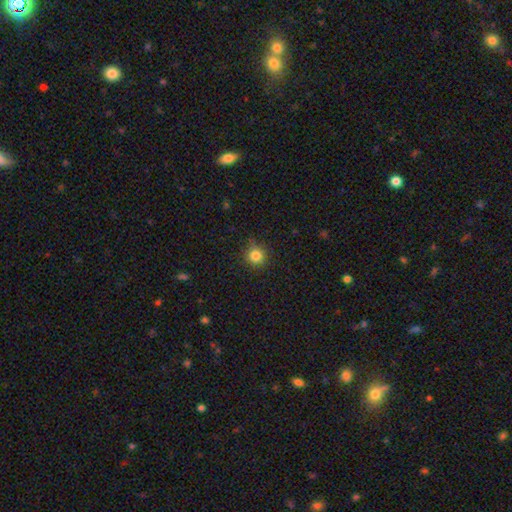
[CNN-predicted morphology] Q: Smooth or featured?
A: smooth (82%); runner-up: star or artifact (13%)
Q: How rounded?
A: round (91%); runner-up: in between (8%)
Q: Merging?
A: none (81%); runner-up: minor disturbance (14%)